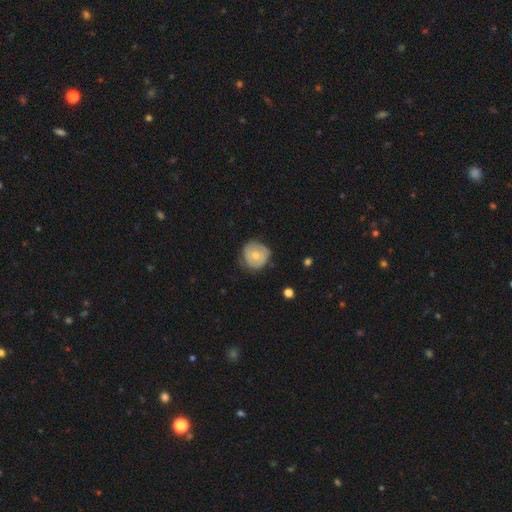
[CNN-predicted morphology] type=smooth (54%); roundness=round (88%); merging=none (65%).